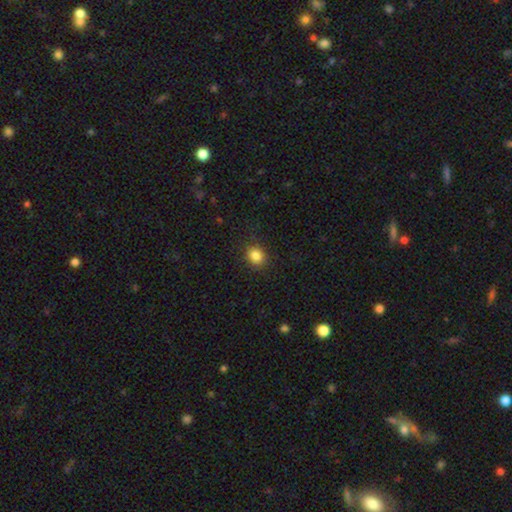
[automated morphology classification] Smooth or featured?
  - smooth: 85% *
  - star or artifact: 11%
  - featured or disk: 4%
How rounded?
  - round: 69% *
  - in between: 30%
  - cigar-shaped: 1%
Merging?
  - none: 87% *
  - minor disturbance: 9%
  - major disturbance: 3%
  - merger: 1%